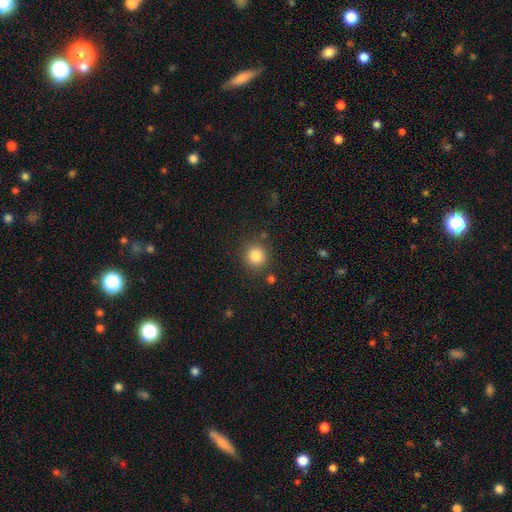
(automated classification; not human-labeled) This appears to be a smooth galaxy with no disk features (84%) that is round (91%). Merging: none (85%).